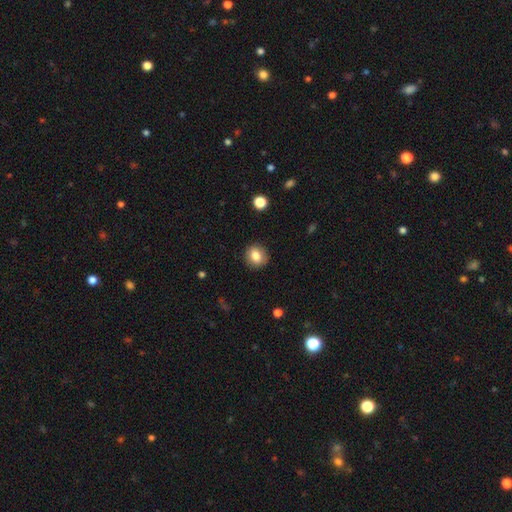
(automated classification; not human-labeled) A smooth galaxy with no disk features (81%) that is round (74%).

Vote fractions:
- Smooth or featured? smooth: 81% / featured or disk: 10% / star or artifact: 9%
- How rounded? round: 74% / in between: 25% / cigar-shaped: 1%
- Merging? none: 88% / minor disturbance: 9% / major disturbance: 2% / merger: 1%